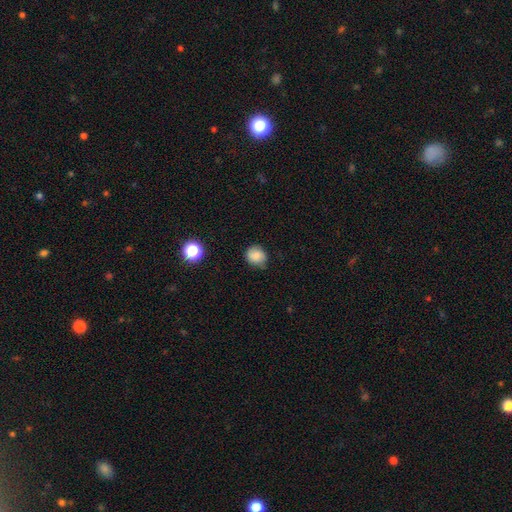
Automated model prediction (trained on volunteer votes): A smooth galaxy with no disk features (80%) that is round (76%).

Vote fractions:
- Smooth or featured? smooth: 80% / star or artifact: 10% / featured or disk: 10%
- How rounded? round: 76% / in between: 24% / cigar-shaped: 1%
- Merging? none: 72% / minor disturbance: 22% / major disturbance: 4% / merger: 1%